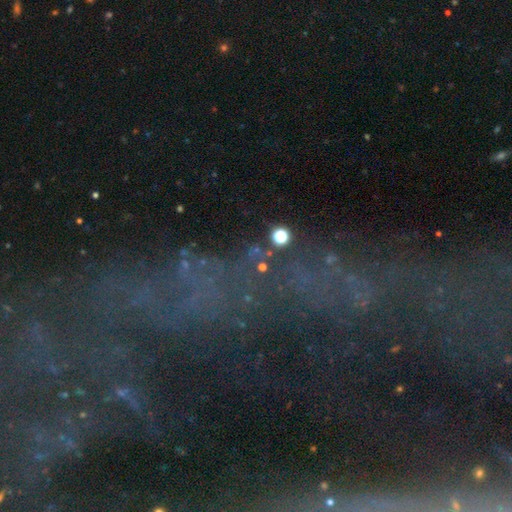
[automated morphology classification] star or artifact 54%, featured or disk 28%, smooth 18%.